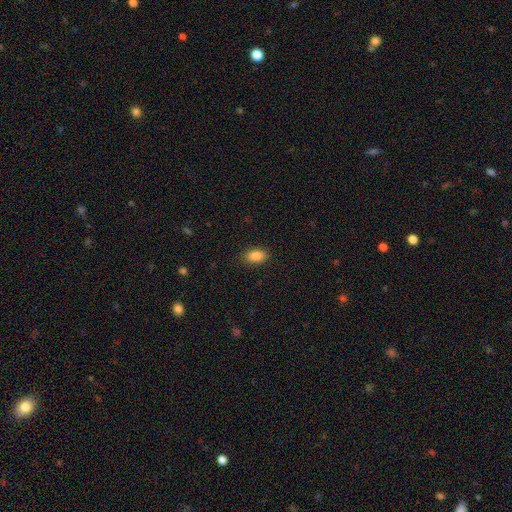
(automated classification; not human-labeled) Smooth or featured?
  - smooth: 88% *
  - star or artifact: 8%
  - featured or disk: 4%
How rounded?
  - in between: 91% *
  - round: 7%
  - cigar-shaped: 2%
Merging?
  - none: 87% *
  - minor disturbance: 9%
  - major disturbance: 2%
  - merger: 1%